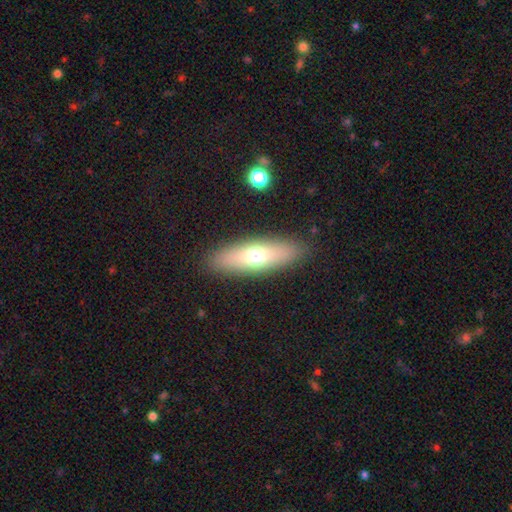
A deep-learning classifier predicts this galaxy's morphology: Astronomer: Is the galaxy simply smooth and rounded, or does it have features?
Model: smooth — 62%.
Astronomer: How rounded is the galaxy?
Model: in between — 49% (runner-up: cigar-shaped, 48%).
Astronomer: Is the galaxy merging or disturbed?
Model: none — 88%.